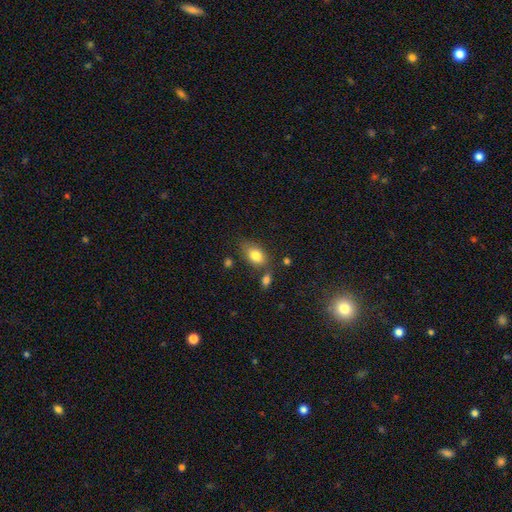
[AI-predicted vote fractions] smooth 81%, featured or disk 10%, star or artifact 8%. Down the decision tree: how rounded — in between (82%); merging — none (63%).